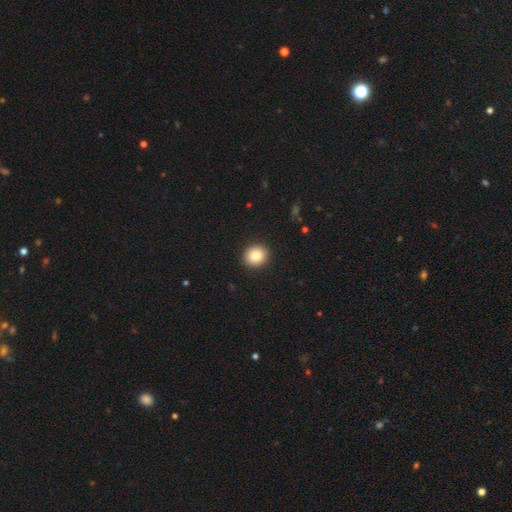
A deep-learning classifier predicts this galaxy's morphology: This is clearly a smooth galaxy (86%). How rounded: clearly round (83%). Merging: clearly none (92%).